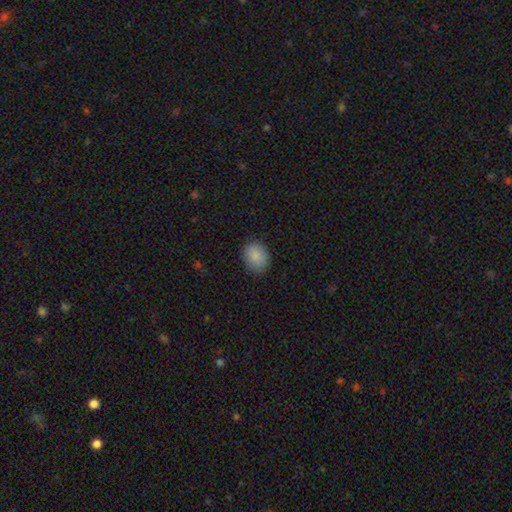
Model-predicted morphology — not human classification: The model was most divided on "how rounded": round: 56%, in between: 43%, cigar-shaped: 1%. More confident: smooth or featured — smooth (88%); merging — none (85%).